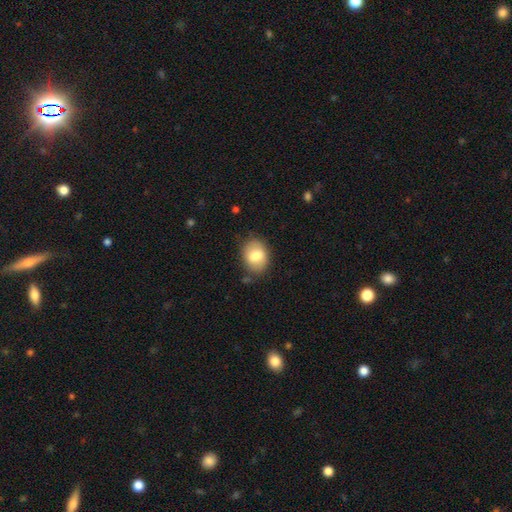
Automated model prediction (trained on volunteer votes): Q: Smooth or featured?
A: smooth (77%); runner-up: featured or disk (15%)
Q: How rounded?
A: in between (66%); runner-up: round (33%)
Q: Merging?
A: none (78%); runner-up: minor disturbance (16%)